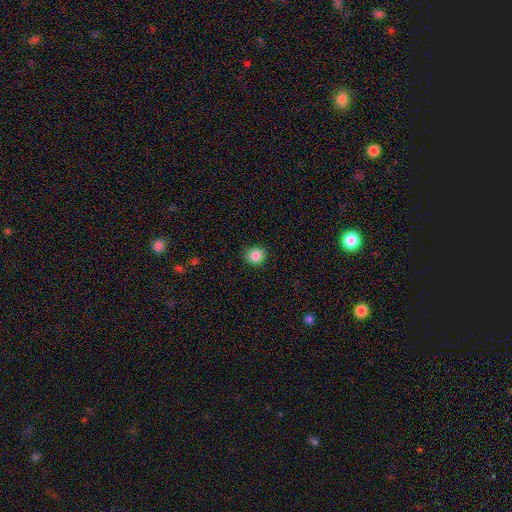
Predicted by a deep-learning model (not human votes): A smooth galaxy with no disk features (86%) that is round (89%).

Vote fractions:
- Smooth or featured? smooth: 86% / star or artifact: 10% / featured or disk: 4%
- How rounded? round: 89% / in between: 11% / cigar-shaped: 1%
- Merging? none: 89% / minor disturbance: 8% / major disturbance: 2% / merger: 1%